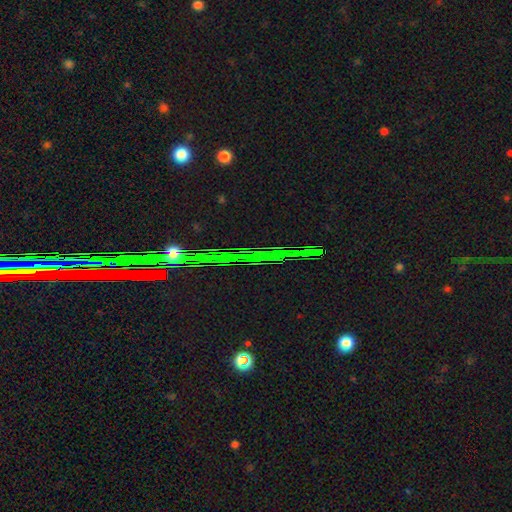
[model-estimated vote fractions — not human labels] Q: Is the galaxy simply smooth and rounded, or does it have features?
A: star or artifact — 78%.